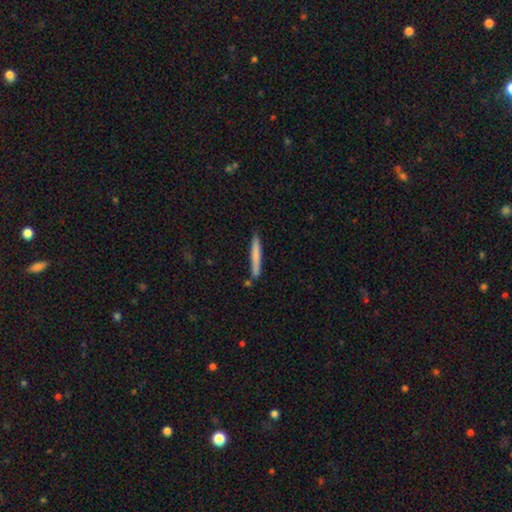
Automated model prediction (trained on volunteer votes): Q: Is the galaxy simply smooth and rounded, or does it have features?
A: smooth — 72%.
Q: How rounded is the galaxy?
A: cigar-shaped — 96%.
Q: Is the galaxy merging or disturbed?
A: none — 82%.